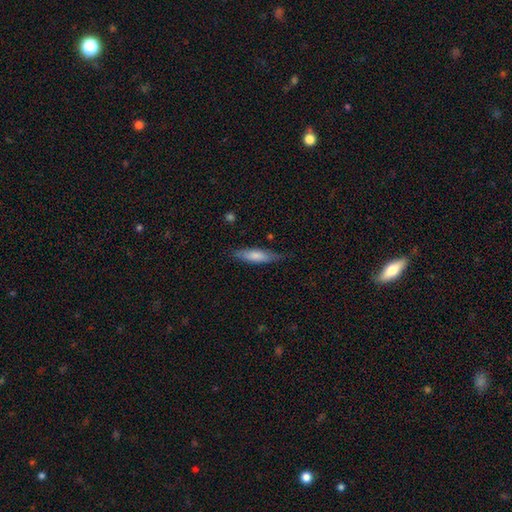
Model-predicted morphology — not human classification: The model was most divided on "how rounded": cigar-shaped: 63%, in between: 35%, round: 2%. More confident: merging — none (73%); smooth or featured — smooth (73%).